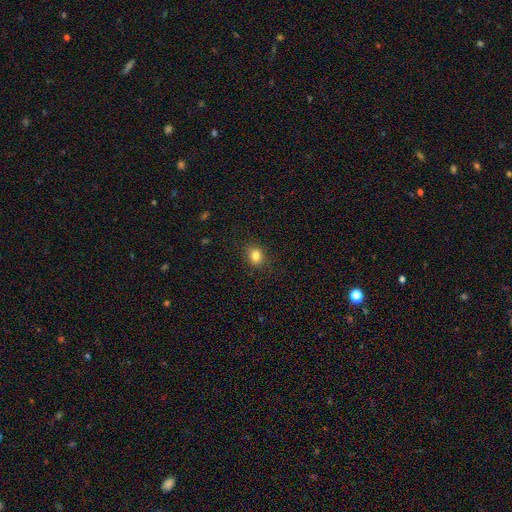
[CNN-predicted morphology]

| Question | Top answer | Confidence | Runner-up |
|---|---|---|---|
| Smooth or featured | smooth | 82% | star or artifact (12%) |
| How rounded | round | 57% | in between (42%) |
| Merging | none | 86% | minor disturbance (10%) |